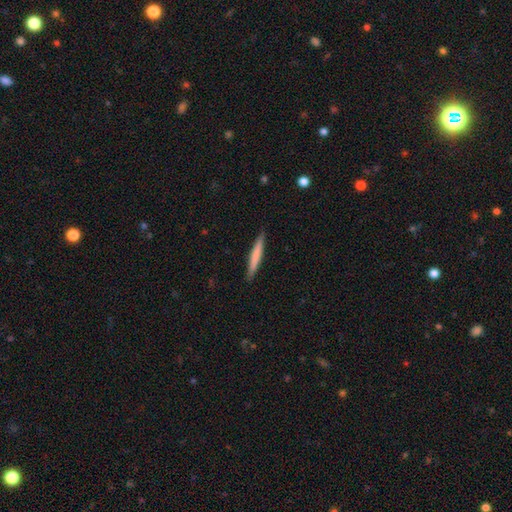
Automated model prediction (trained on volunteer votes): Overall: smooth (69%). How rounded: cigar-shaped (96%). Merging: none (90%).